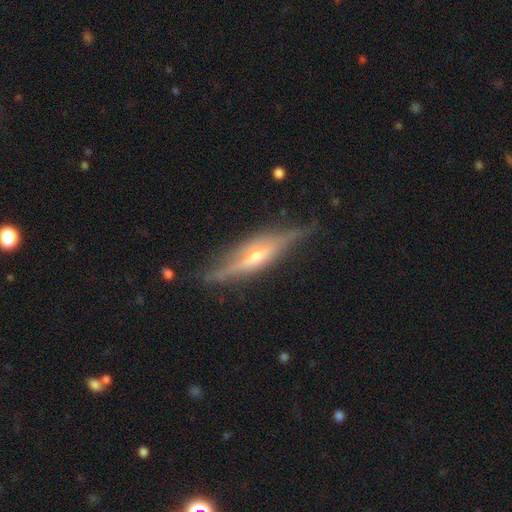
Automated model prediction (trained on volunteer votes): Morphology: type=featured or disk (80%); edge-on=yes (93%); edge-on bulge=rounded (76%); merging=none (78%).